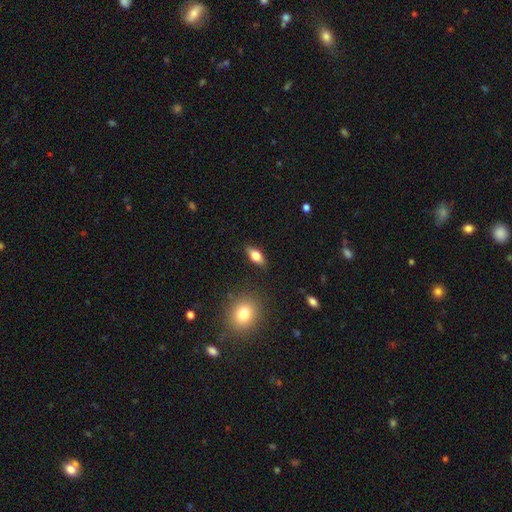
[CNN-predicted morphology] smooth-or-featured: smooth: 70% | featured or disk: 23% | star or artifact: 8%
  how-rounded: in between: 81% | cigar-shaped: 13% | round: 6%
  merging: none: 85% | minor disturbance: 11% | major disturbance: 3% | merger: 2%